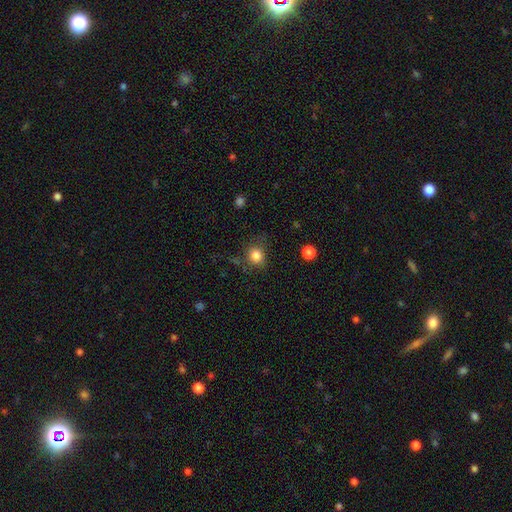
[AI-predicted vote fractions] This is clearly a smooth galaxy (83%). How rounded: clearly round (82%). Merging: likely none (74%).